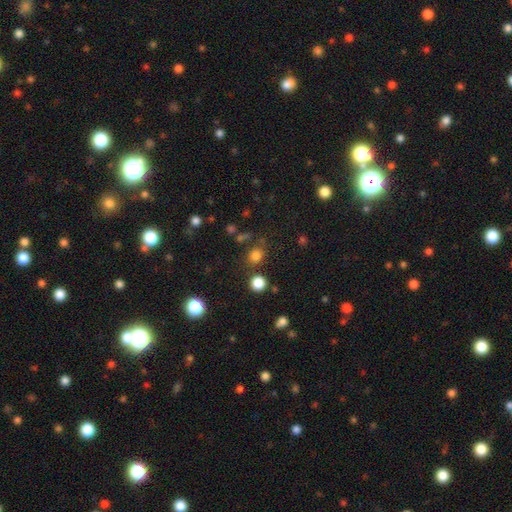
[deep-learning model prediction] This is likely a smooth galaxy (77%). How rounded: likely round (78%). Merging: likely none (74%).